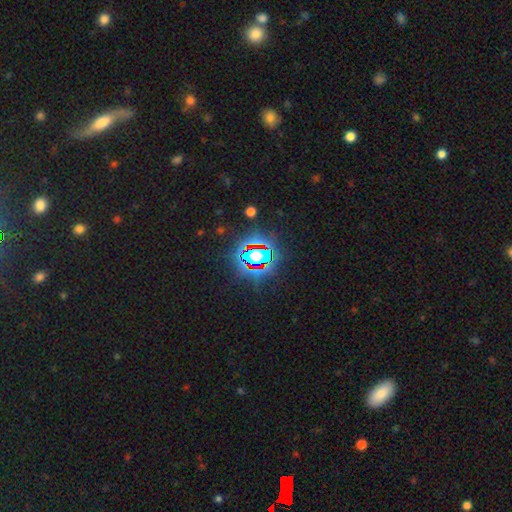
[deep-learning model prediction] Overall: star or artifact (72%).